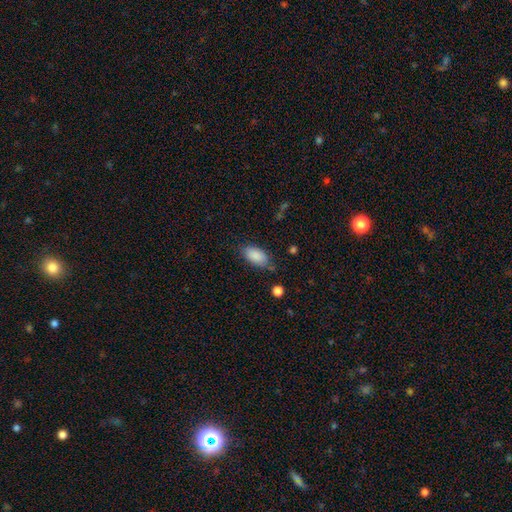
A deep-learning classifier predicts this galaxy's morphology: Overall: smooth (88%). How rounded: in between (93%). Merging: none (73%).